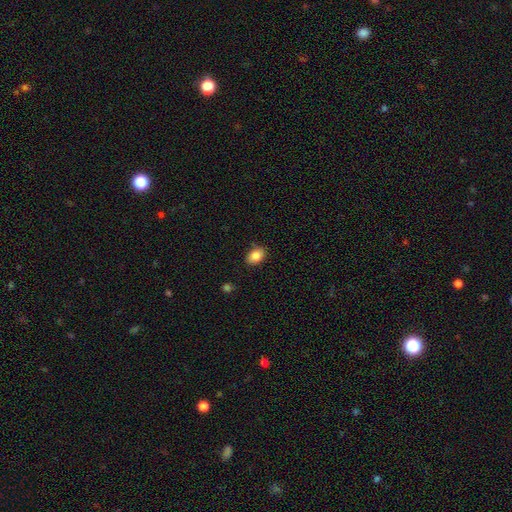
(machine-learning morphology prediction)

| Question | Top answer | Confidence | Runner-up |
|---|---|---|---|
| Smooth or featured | smooth | 86% | star or artifact (8%) |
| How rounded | in between | 82% | round (17%) |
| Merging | none | 84% | minor disturbance (12%) |